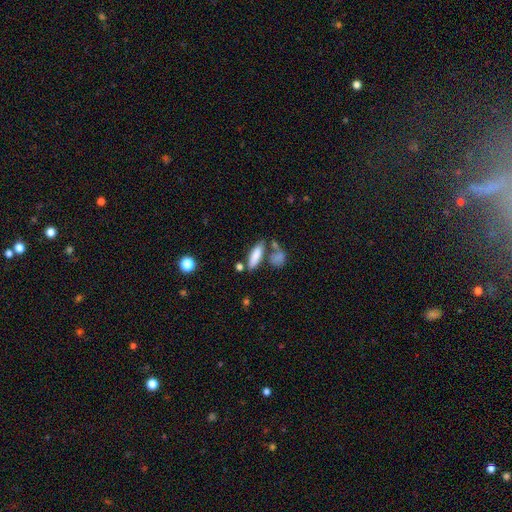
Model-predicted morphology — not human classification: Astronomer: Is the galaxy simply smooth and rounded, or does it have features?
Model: smooth — 81%.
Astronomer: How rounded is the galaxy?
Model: in between — 51% (runner-up: cigar-shaped, 46%).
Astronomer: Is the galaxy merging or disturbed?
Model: none — 59%.